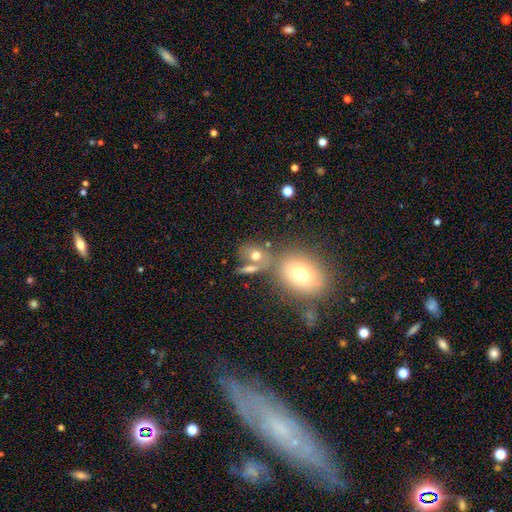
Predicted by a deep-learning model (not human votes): Overall: smooth (68%). How rounded: in between (53%; round 43%). Merging: none (52%; merger 30%).